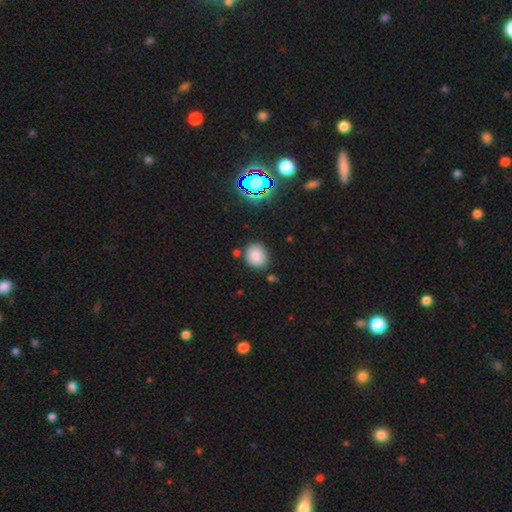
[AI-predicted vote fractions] Q: Smooth or featured?
A: smooth (83%); runner-up: star or artifact (12%)
Q: How rounded?
A: round (65%); runner-up: in between (34%)
Q: Merging?
A: none (76%); runner-up: minor disturbance (14%)